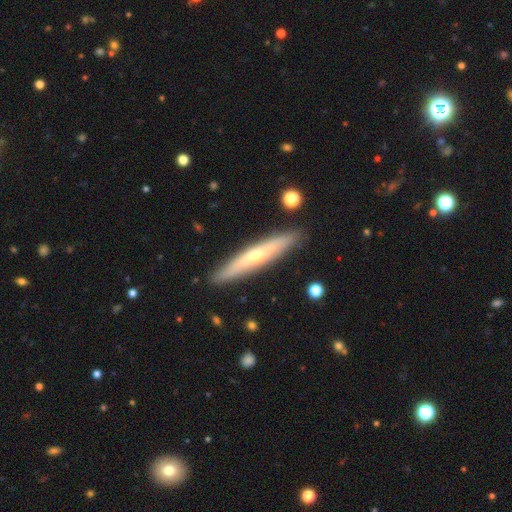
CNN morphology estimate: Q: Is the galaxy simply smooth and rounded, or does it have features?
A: featured or disk — 54%.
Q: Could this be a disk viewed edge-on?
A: yes — 86%.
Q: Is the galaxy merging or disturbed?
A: none — 89%.